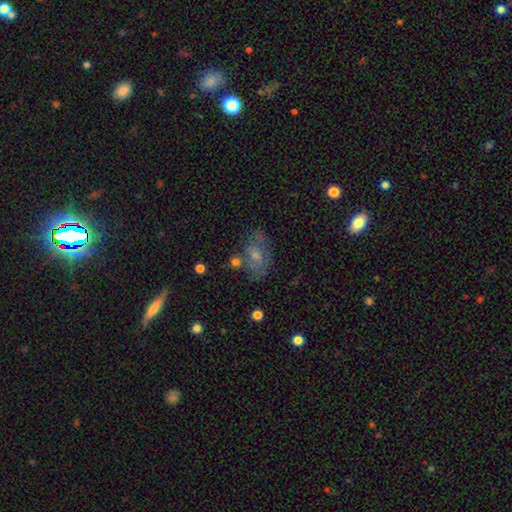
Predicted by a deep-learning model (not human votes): Smooth or featured? Predicted: featured or disk (p=0.44). Merging? Predicted: none (p=0.61).